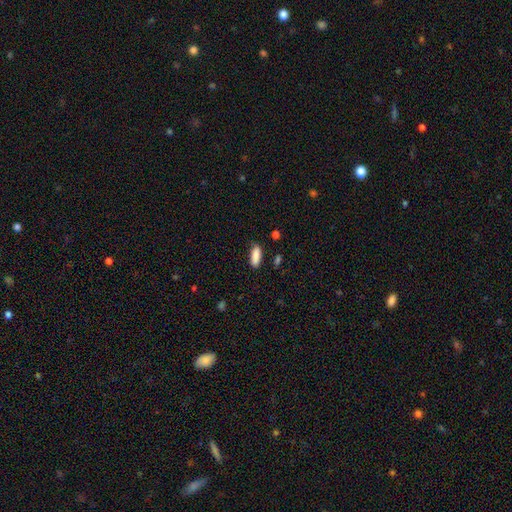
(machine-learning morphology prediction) Smooth or featured: smooth — 89% (star or artifact — 6%)
How rounded: in between — 70% (cigar-shaped — 28%)
Merging: none — 84% (minor disturbance — 11%)